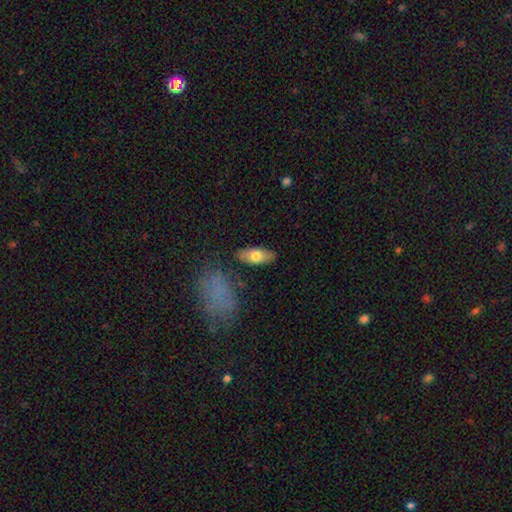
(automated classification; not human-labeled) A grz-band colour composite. It shows a smooth galaxy with no disk features (68%) that is in between round and cigar-shaped (81%). Merging: none (84%).